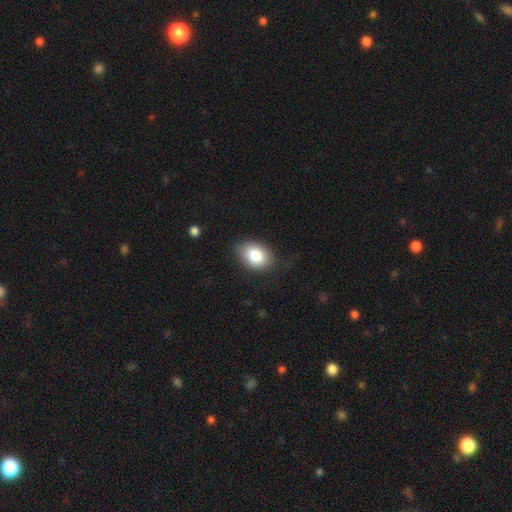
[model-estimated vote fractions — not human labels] Smooth or featured? smooth (84%)
How rounded? in between (78%)
Merging? none (78%)